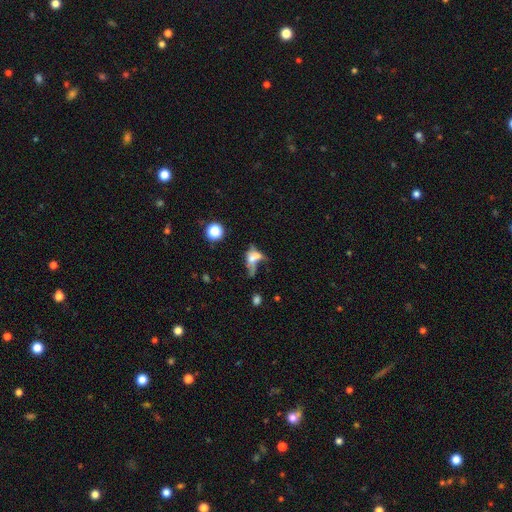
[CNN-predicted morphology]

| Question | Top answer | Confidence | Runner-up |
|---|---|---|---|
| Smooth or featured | smooth | 46% | featured or disk (37%) |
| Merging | merger | 42% | major disturbance (28%) |